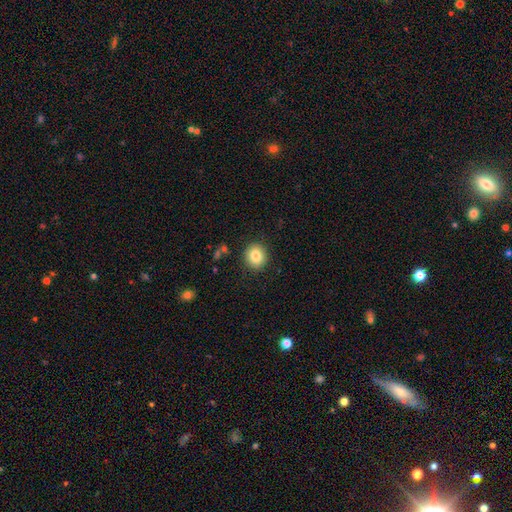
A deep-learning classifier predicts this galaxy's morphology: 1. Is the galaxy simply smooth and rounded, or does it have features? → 84% smooth, 9% star or artifact, 7% featured or disk.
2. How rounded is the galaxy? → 82% round, 17% in between, 1% cigar-shaped.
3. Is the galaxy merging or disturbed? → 88% none, 8% minor disturbance, 2% major disturbance, 1% merger.